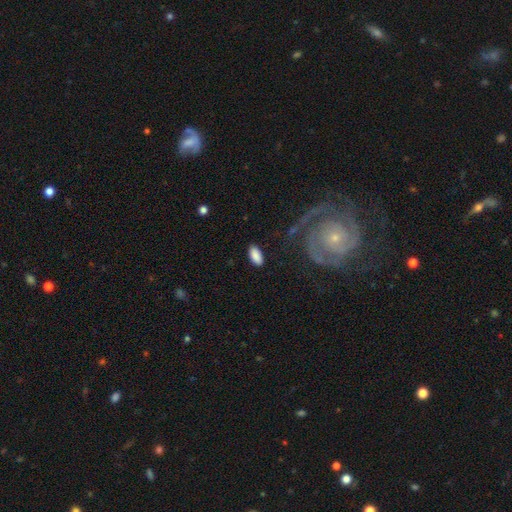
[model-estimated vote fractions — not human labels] This appears to be a smooth galaxy with no disk features (88%) that is in between round and cigar-shaped (91%). Merging: none (86%).